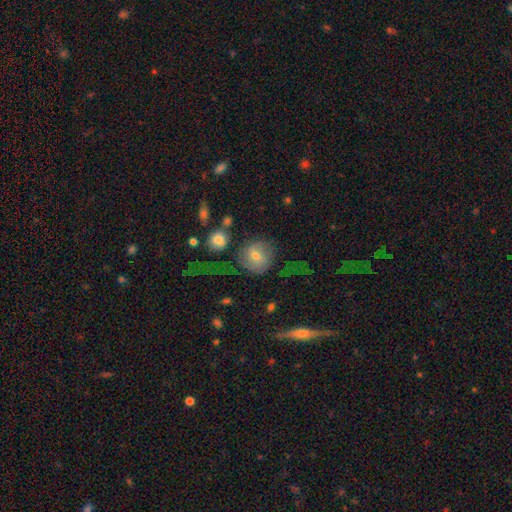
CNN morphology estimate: smooth_or_featured: smooth (p=0.53) [alt: featured or disk p=0.38]
how_rounded: round (p=0.84) [alt: in between p=0.14]
merging: none (p=0.50) [alt: major disturbance p=0.25]